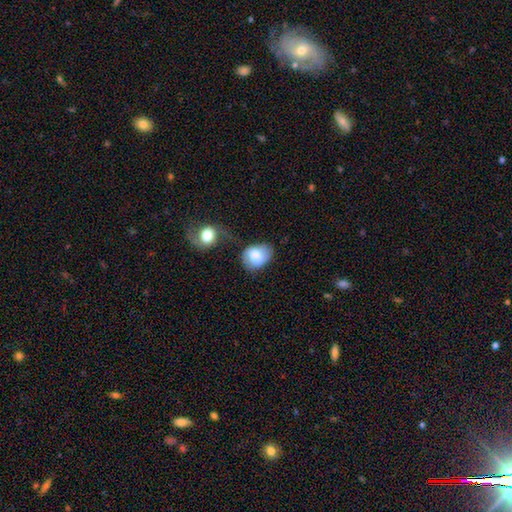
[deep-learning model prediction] The model was most divided on "how rounded": in between: 62%, round: 37%, cigar-shaped: 1%. More confident: smooth or featured — smooth (68%); merging — none (55%).